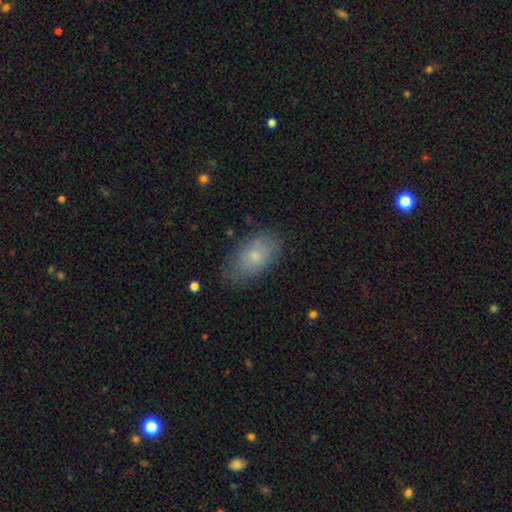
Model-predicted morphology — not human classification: Smooth or featured: smooth — 76% (featured or disk — 17%)
How rounded: in between — 93% (round — 5%)
Merging: none — 75% (minor disturbance — 18%)